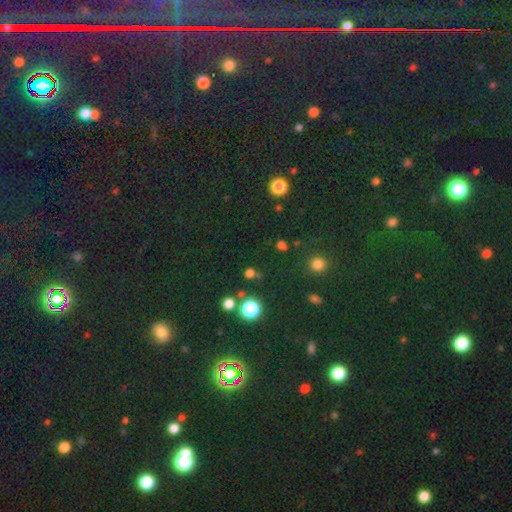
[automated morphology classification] This is likely a star or artifact rather than a galaxy (67%).